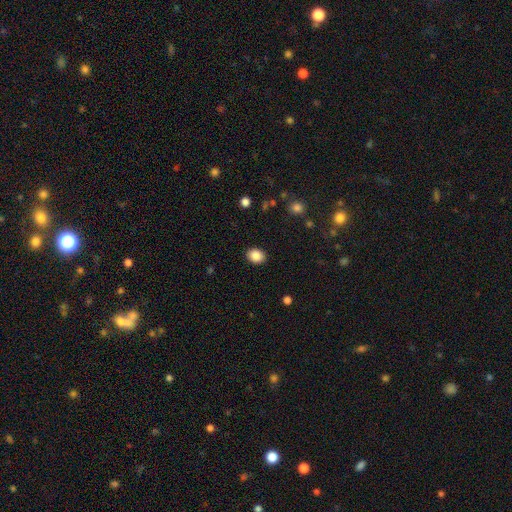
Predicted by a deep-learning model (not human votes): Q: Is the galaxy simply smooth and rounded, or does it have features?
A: smooth — 87%.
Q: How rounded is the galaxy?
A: in between — 57%.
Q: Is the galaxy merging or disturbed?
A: none — 89%.